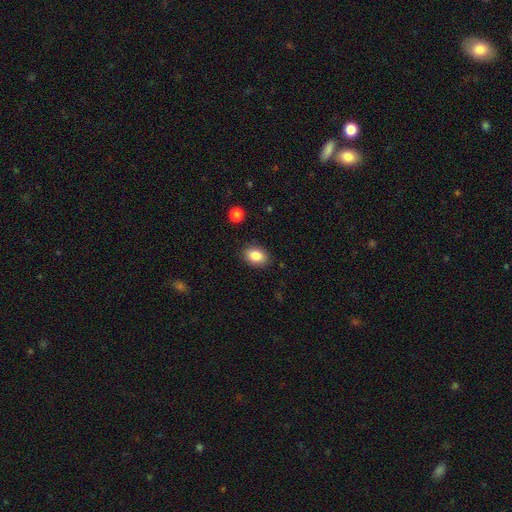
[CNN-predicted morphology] smooth 86%, star or artifact 8%, featured or disk 6%. Down the decision tree: how rounded — in between (79%); merging — none (87%).